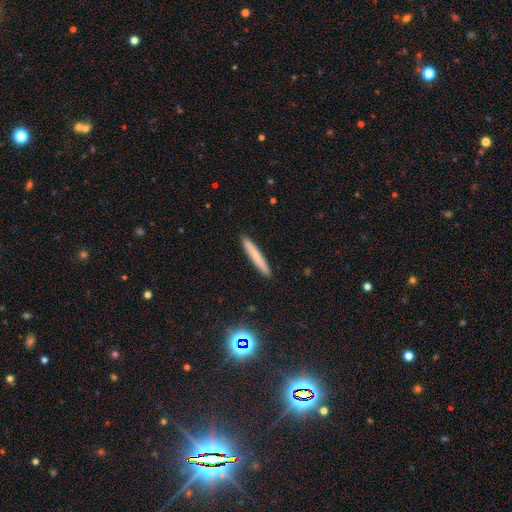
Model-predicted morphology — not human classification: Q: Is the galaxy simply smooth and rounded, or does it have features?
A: smooth — 73%.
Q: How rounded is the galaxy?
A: cigar-shaped — 96%.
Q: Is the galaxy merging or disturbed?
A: none — 92%.